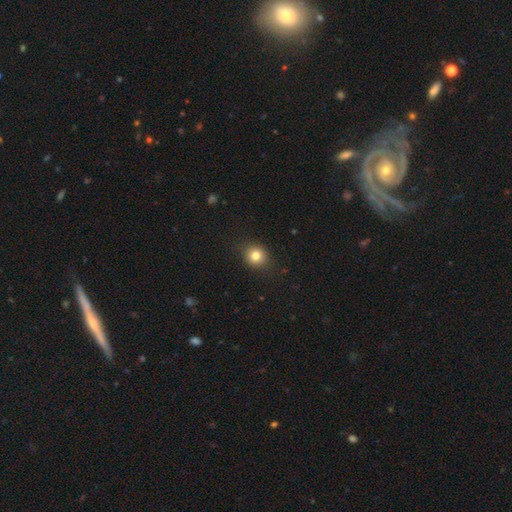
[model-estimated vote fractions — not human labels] Smooth or featured? smooth (81%)
How rounded? round (79%)
Merging? none (87%)